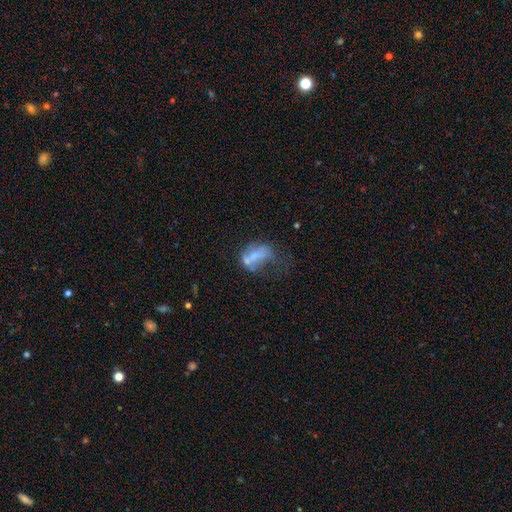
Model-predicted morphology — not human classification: A featured or disk galaxy (48%).

Vote fractions:
- Smooth or featured? featured or disk: 48% / smooth: 38% / star or artifact: 14%
- Merging? major disturbance: 37% / merger: 24% / none: 22% / minor disturbance: 17%